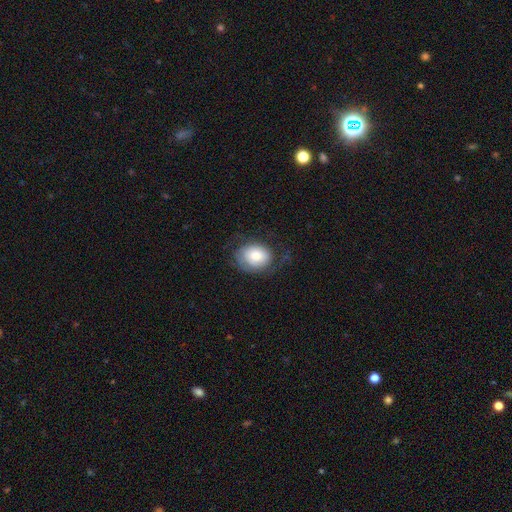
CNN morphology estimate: Smooth or featured?
  - smooth: 65% *
  - featured or disk: 27%
  - star or artifact: 7%
How rounded?
  - in between: 56% *
  - round: 44%
  - cigar-shaped: 1%
Merging?
  - none: 58% *
  - minor disturbance: 24%
  - major disturbance: 16%
  - merger: 1%